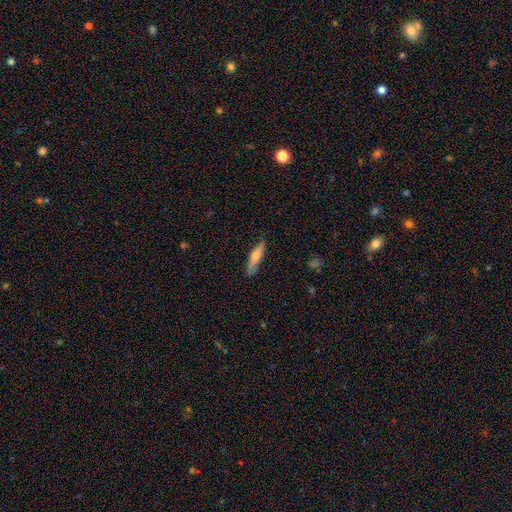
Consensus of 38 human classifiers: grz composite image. It shows a featured or disk galaxy (55%) viewed edge-on (95%) with a rounded central bulge (95%). Merging: none (71%).